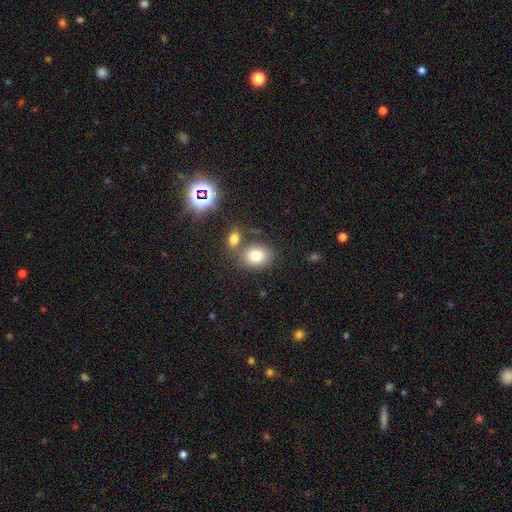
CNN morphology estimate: Smooth or featured? Predicted: smooth (p=0.78). How rounded? Predicted: round (p=0.51). Merging? Predicted: none (p=0.64).